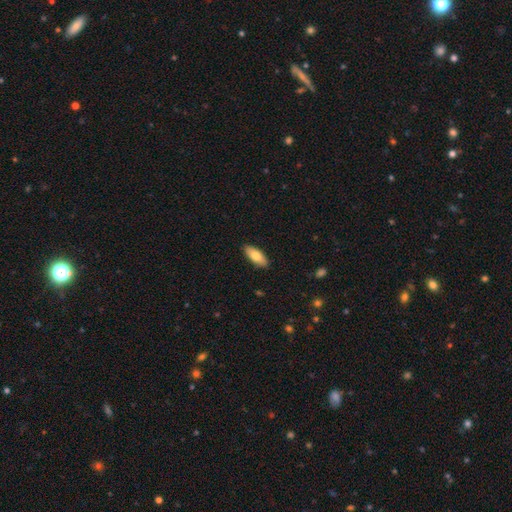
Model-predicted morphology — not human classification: type=smooth (77%); roundness=in between (78%); merging=none (90%).